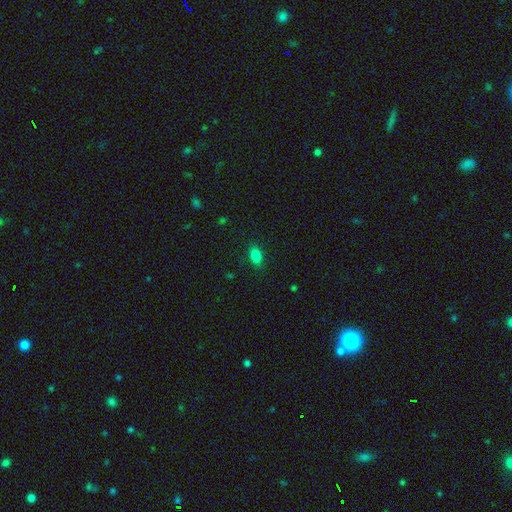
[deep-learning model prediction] A smooth galaxy with no disk features (85%) that is in between round and cigar-shaped (87%). Merging: none (86%).